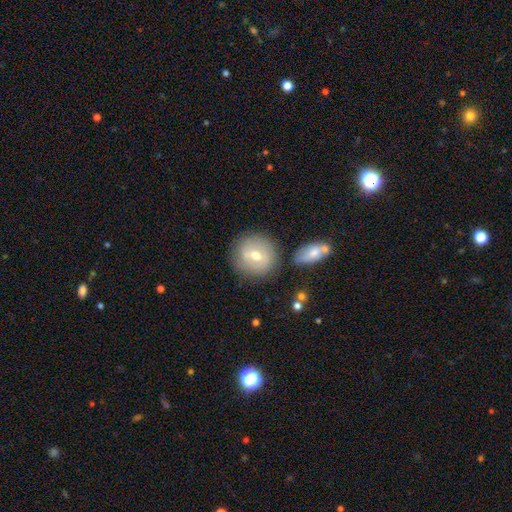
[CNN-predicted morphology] This appears to be a smooth galaxy with no disk features (61%) that is round (91%). Merging: none (73%).